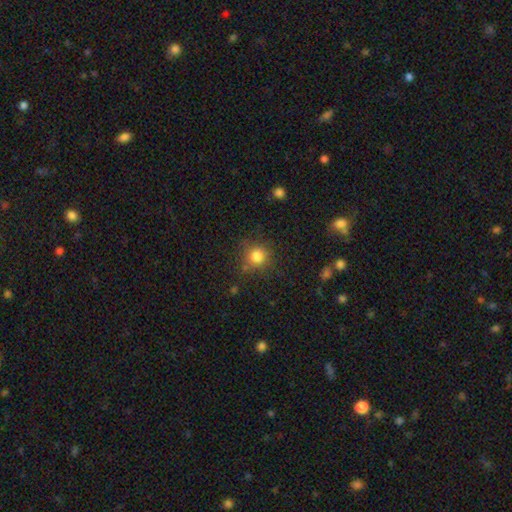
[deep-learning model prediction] Overall: smooth (81%). How rounded: round (90%). Merging: none (78%).